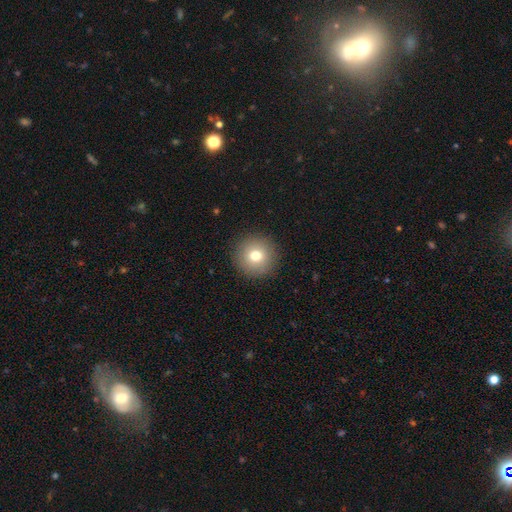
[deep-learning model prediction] Smooth or featured? smooth (76%)
How rounded? round (95%)
Merging? none (92%)